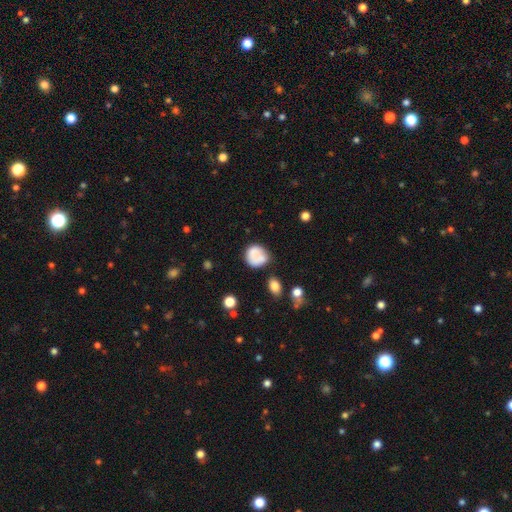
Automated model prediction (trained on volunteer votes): Morphology: type=smooth (76%); roundness=round (77%); merging=none (51%).